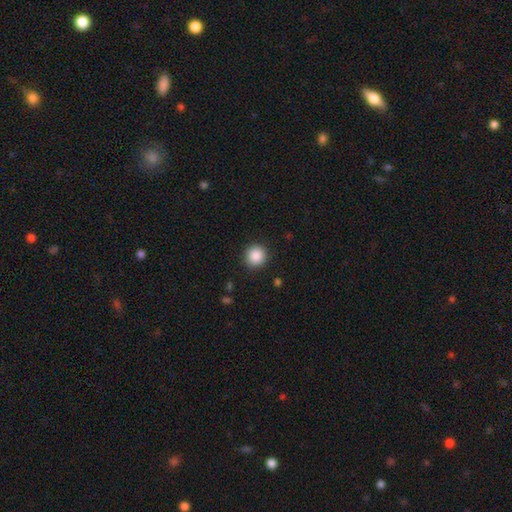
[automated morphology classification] A smooth galaxy with no disk features (88%) that is round (93%).

Vote fractions:
- Smooth or featured? smooth: 88% / star or artifact: 9% / featured or disk: 3%
- How rounded? round: 93% / in between: 6% / cigar-shaped: 1%
- Merging? none: 90% / minor disturbance: 6% / major disturbance: 2% / merger: 1%